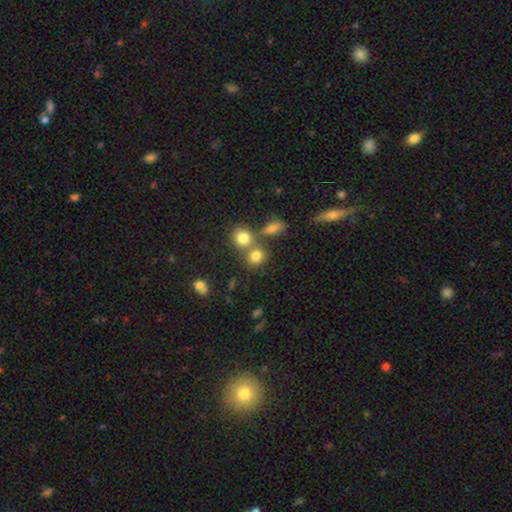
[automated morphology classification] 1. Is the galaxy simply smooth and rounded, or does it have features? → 79% smooth, 13% star or artifact, 9% featured or disk.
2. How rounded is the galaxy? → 75% round, 23% in between, 1% cigar-shaped.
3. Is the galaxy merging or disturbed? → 50% none, 37% merger, 9% minor disturbance, 4% major disturbance.